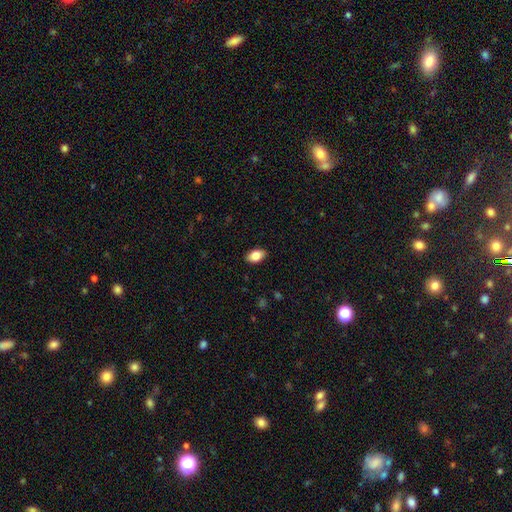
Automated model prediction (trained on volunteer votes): The model was most divided on "smooth or featured": smooth: 83%, featured or disk: 10%, star or artifact: 7%. More confident: how rounded — in between (91%); merging — none (89%).